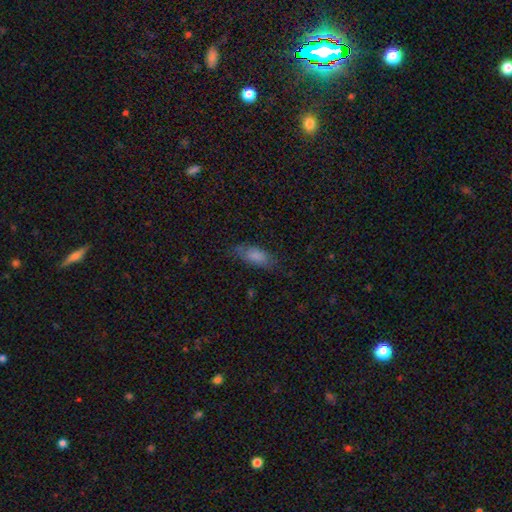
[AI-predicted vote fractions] The model was most divided on "merging": none: 68%, minor disturbance: 23%, major disturbance: 7%, merger: 2%. More confident: how rounded — in between (81%); smooth or featured — smooth (80%).